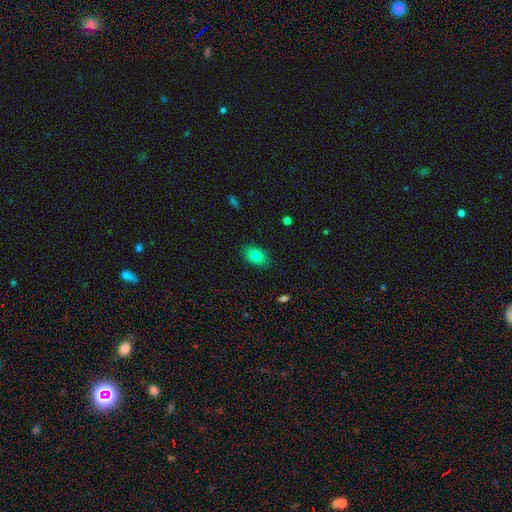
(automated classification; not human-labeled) Smooth or featured? smooth (80%)
How rounded? in between (88%)
Merging? none (87%)